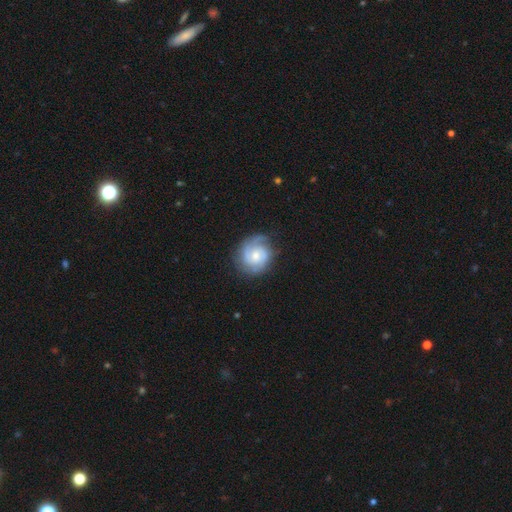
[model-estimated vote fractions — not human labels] A featured or disk galaxy (80%) with no bar (63%), 2 (57%) tight (55%) spiral arms (96%) and a moderate central bulge (48%).

Vote fractions:
- Smooth or featured? featured or disk: 80% / smooth: 15% / star or artifact: 5%
- Edge-on disk? no: 98% / yes: 2%
- Bar? no: 63% / weak: 32% / strong: 5%
- Spiral arms? yes: 96% / no: 4%
- Spiral winding? tight: 55% / medium: 36% / loose: 9%
- Spiral arm count? 2: 57% / 3: 16% / can't tell: 15% / 1: 5% / 4: 3% / more than 4: 3%
- Bulge size? moderate: 48% / small: 44% / large: 5% / none: 3% / dominant: 1%
- Merging? none: 77% / minor disturbance: 16% / major disturbance: 6% / merger: 1%